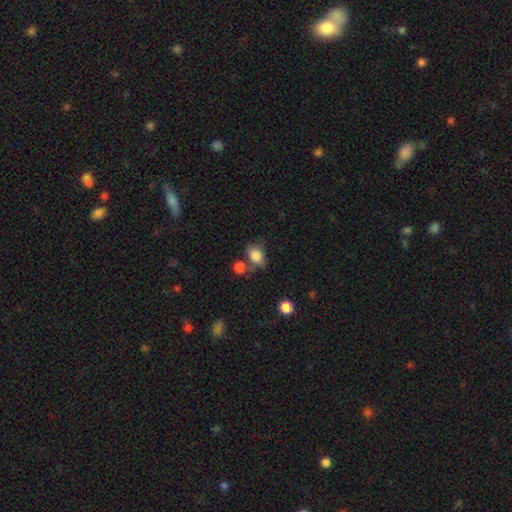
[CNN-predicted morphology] smooth_or_featured: smooth (p=0.84) [alt: star or artifact p=0.09]
how_rounded: in between (p=0.57) [alt: round p=0.42]
merging: none (p=0.53) [alt: merger p=0.22]